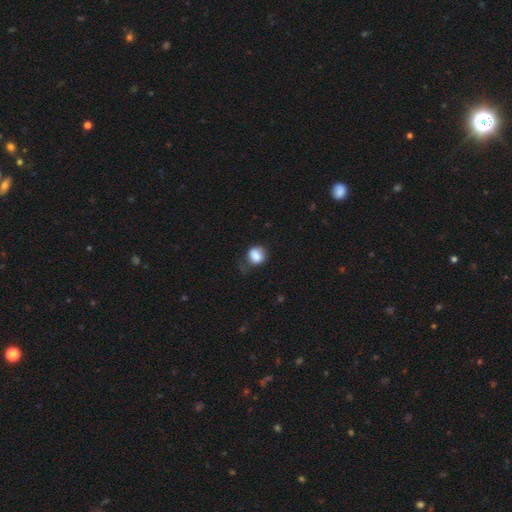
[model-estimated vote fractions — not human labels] smooth-or-featured: smooth: 83% | featured or disk: 9% | star or artifact: 8%
  how-rounded: round: 63% | in between: 36% | cigar-shaped: 1%
  merging: none: 43% | minor disturbance: 34% | major disturbance: 20% | merger: 3%